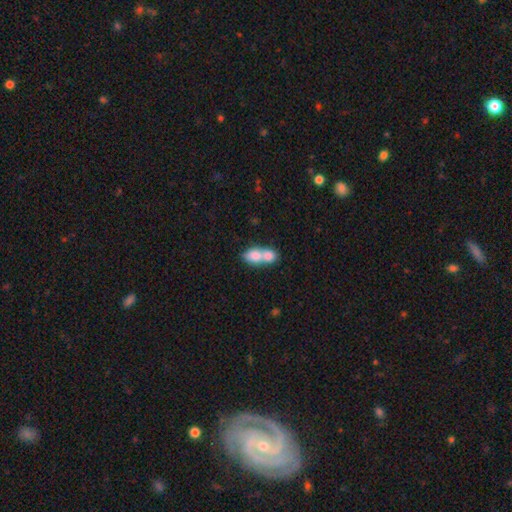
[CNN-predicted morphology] smooth_or_featured: smooth (p=0.76) [alt: featured or disk p=0.17]
how_rounded: in between (p=0.69) [alt: round p=0.26]
merging: merger (p=0.75) [alt: none p=0.17]